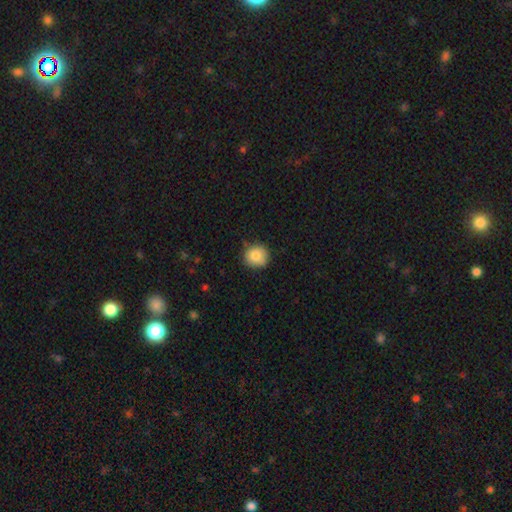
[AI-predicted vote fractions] Overall: smooth (83%). How rounded: round (89%). Merging: none (82%).